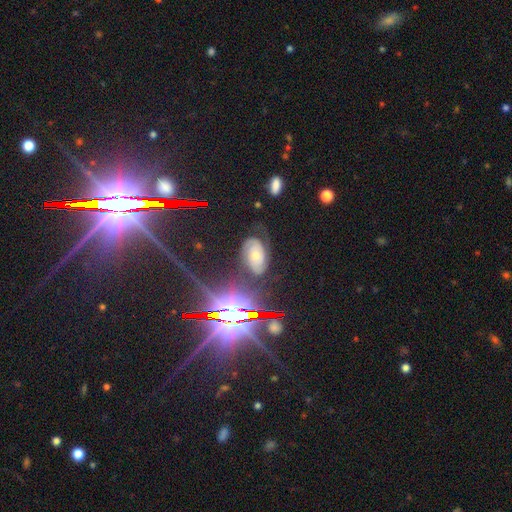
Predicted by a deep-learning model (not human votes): A featured or disk galaxy (41%).

Vote fractions:
- Smooth or featured? featured or disk: 41% / star or artifact: 40% / smooth: 19%
- Merging? none: 73% / minor disturbance: 17% / major disturbance: 7% / merger: 2%